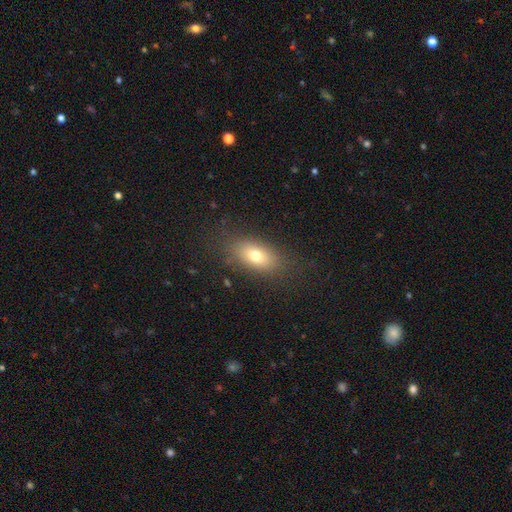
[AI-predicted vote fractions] Q: Smooth or featured?
A: smooth (73%); runner-up: featured or disk (16%)
Q: How rounded?
A: in between (84%); runner-up: round (10%)
Q: Merging?
A: none (82%); runner-up: minor disturbance (11%)